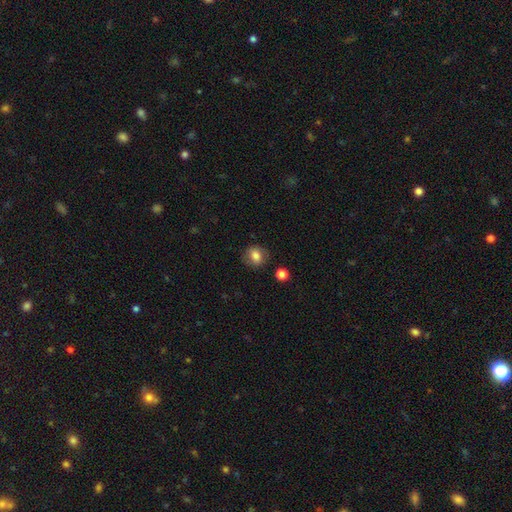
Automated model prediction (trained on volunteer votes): The model was most divided on "how rounded": round: 71%, in between: 28%, cigar-shaped: 1%. More confident: merging — none (82%); smooth or featured — smooth (76%).